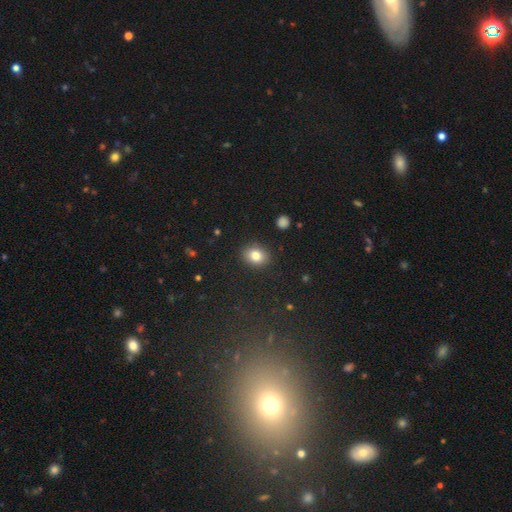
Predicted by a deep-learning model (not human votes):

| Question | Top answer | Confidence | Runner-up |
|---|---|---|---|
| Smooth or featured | smooth | 82% | star or artifact (10%) |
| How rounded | in between | 54% | round (45%) |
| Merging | none | 87% | minor disturbance (9%) |